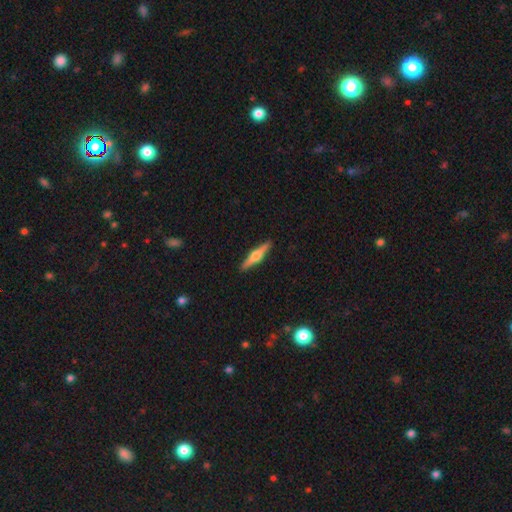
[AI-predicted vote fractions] Smooth or featured: featured or disk — 67% (smooth — 28%)
Edge-on disk: yes — 97% (no — 3%)
Edge-on bulge: rounded — 92% (boxy — 5%)
Merging: none — 92% (minor disturbance — 6%)